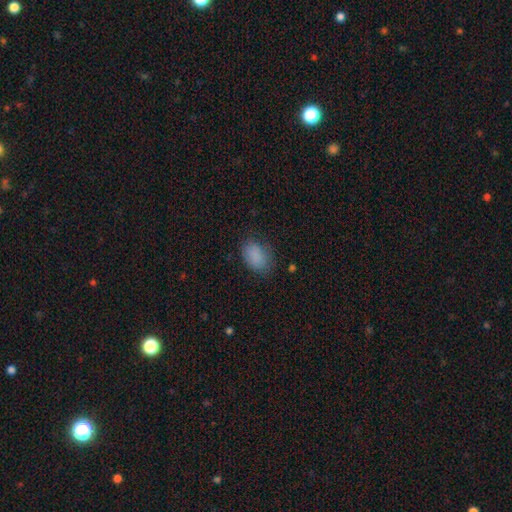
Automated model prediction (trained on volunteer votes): A smooth galaxy with no disk features (87%) that is in between round and cigar-shaped (83%). Merging: none (75%).